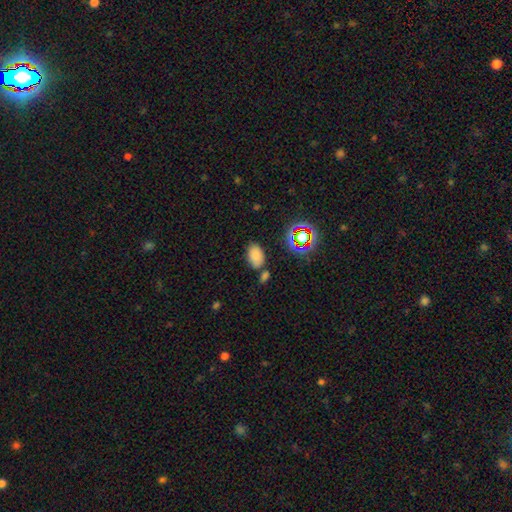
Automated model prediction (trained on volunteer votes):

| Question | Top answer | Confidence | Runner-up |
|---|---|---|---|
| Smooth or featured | smooth | 78% | star or artifact (15%) |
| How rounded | in between | 90% | round (9%) |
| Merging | none | 73% | minor disturbance (14%) |